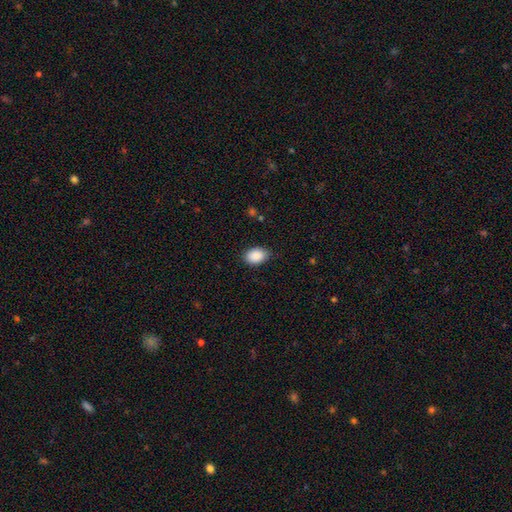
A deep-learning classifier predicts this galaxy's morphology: Smooth or featured?
  - smooth: 90% *
  - star or artifact: 7%
  - featured or disk: 3%
How rounded?
  - in between: 82% *
  - round: 17%
  - cigar-shaped: 1%
Merging?
  - none: 79% *
  - minor disturbance: 17%
  - major disturbance: 3%
  - merger: 1%